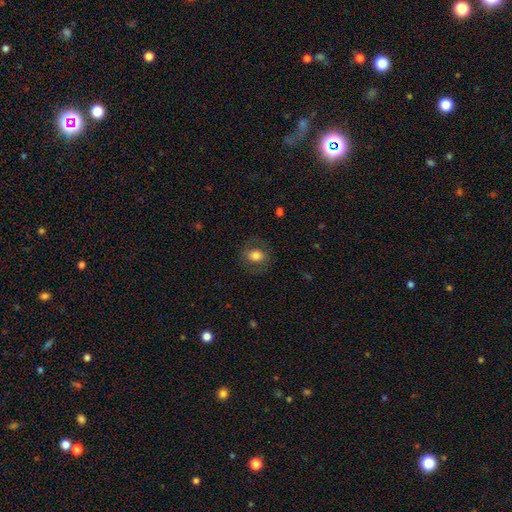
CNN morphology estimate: smooth 71%, featured or disk 20%, star or artifact 9%. Down the decision tree: how rounded — round (50%); merging — none (77%).